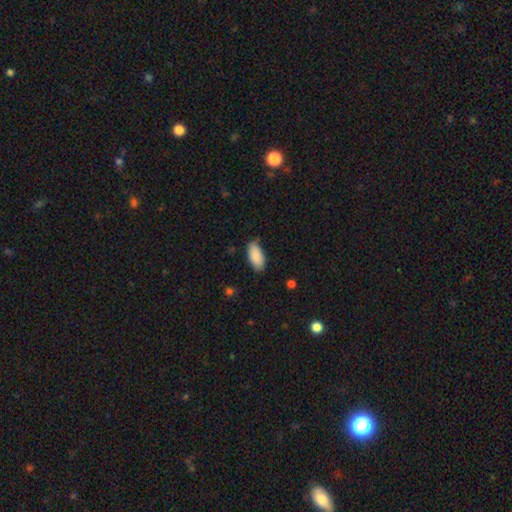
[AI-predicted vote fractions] Q: Smooth or featured?
A: smooth (88%); runner-up: star or artifact (6%)
Q: How rounded?
A: in between (91%); runner-up: cigar-shaped (7%)
Q: Merging?
A: none (75%); runner-up: minor disturbance (20%)